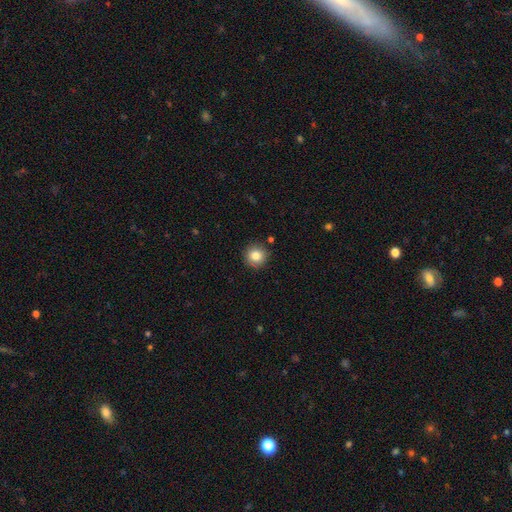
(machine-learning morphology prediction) A smooth galaxy with no disk features (84%) that is round (94%). Merging: none (88%).